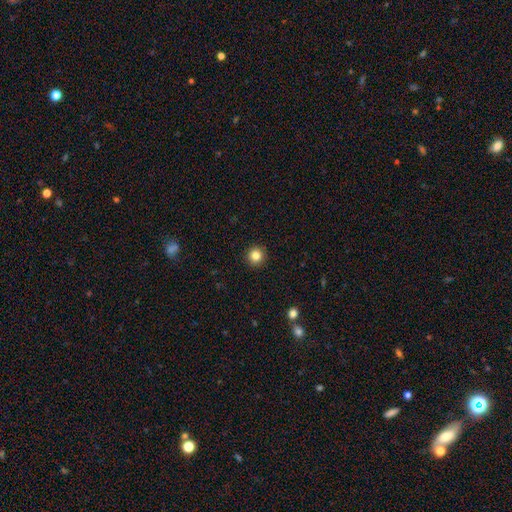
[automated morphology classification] A smooth galaxy with no disk features (83%) that is round (95%). Merging: none (93%).